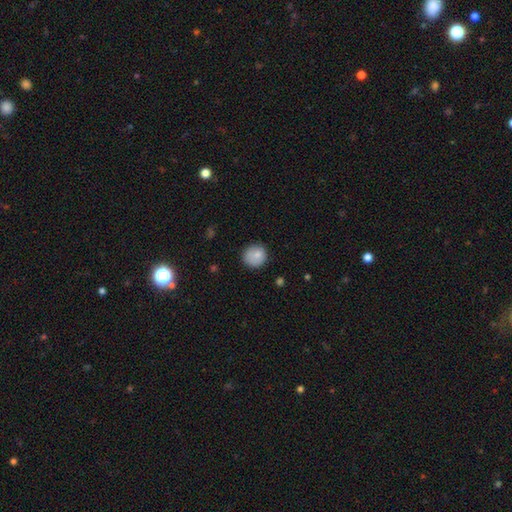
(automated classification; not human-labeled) smooth-or-featured: smooth: 82% | featured or disk: 10% | star or artifact: 9%
  how-rounded: round: 88% | in between: 11% | cigar-shaped: 1%
  merging: none: 79% | minor disturbance: 16% | major disturbance: 3% | merger: 2%